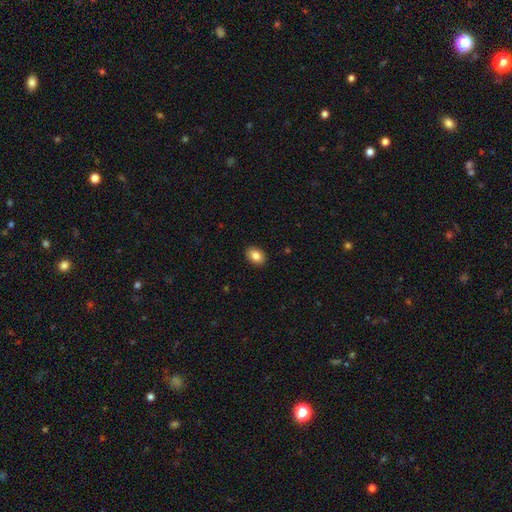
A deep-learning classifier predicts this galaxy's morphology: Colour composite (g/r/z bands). It shows a smooth galaxy with no disk features (86%) that is in between round and cigar-shaped (80%). Merging: none (90%).